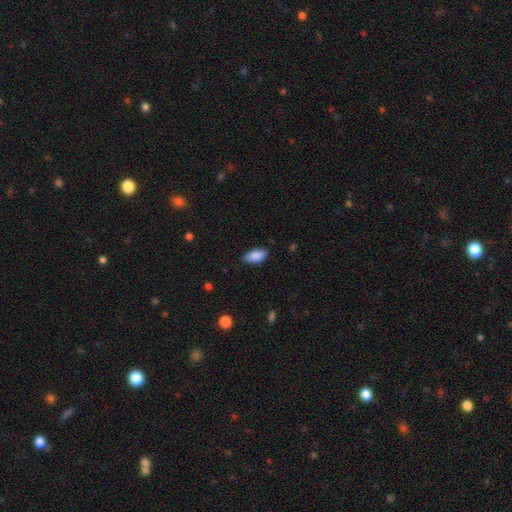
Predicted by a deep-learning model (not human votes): A smooth galaxy with no disk features (87%) that is in between round and cigar-shaped (92%).

Vote fractions:
- Smooth or featured? smooth: 87% / featured or disk: 7% / star or artifact: 6%
- How rounded? in between: 92% / cigar-shaped: 6% / round: 3%
- Merging? none: 76% / minor disturbance: 20% / major disturbance: 3% / merger: 1%